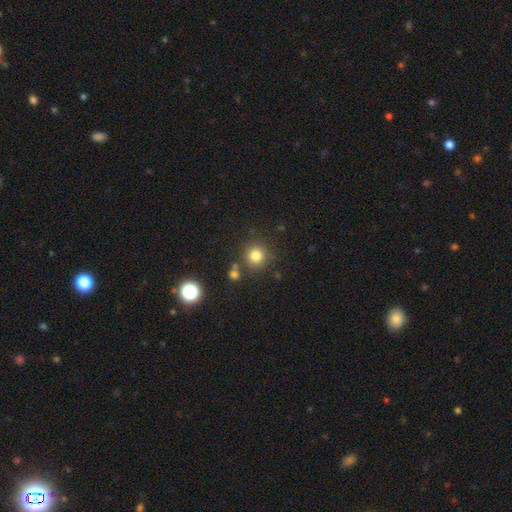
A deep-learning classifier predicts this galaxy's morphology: Q: Smooth or featured?
A: smooth (81%); runner-up: star or artifact (13%)
Q: How rounded?
A: round (93%); runner-up: in between (6%)
Q: Merging?
A: none (80%); runner-up: minor disturbance (9%)